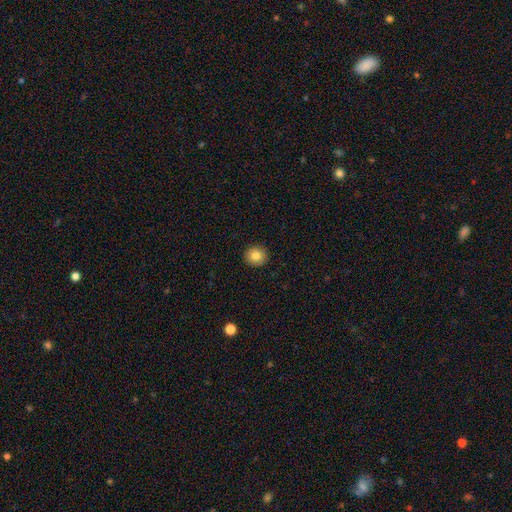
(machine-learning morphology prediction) Overall: smooth (83%). How rounded: round (91%). Merging: none (93%).